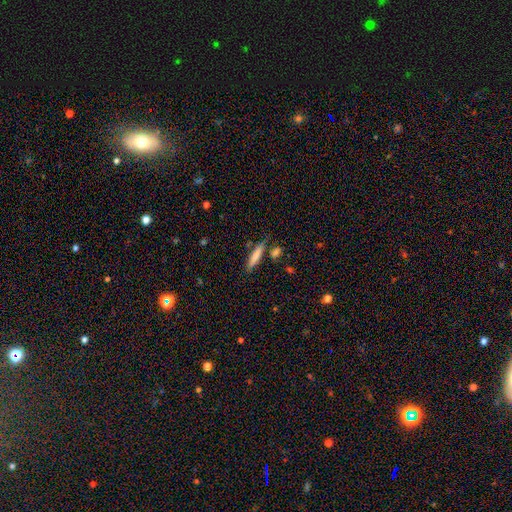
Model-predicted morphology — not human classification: This is likely a smooth galaxy (76%). How rounded: clearly cigar-shaped (87%). Merging: likely none (77%).